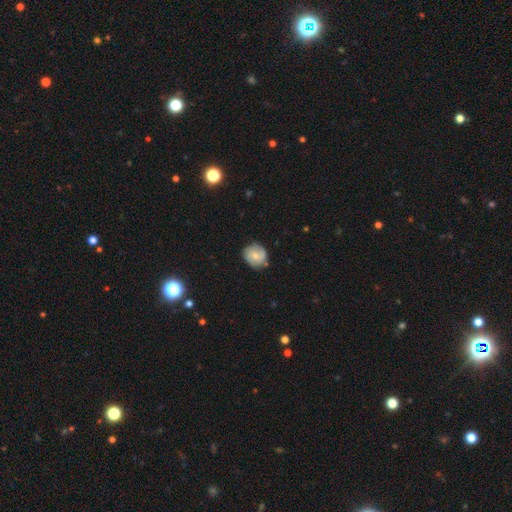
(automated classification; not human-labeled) This appears to be a featured or disk galaxy (50%). Merging: none (75%).